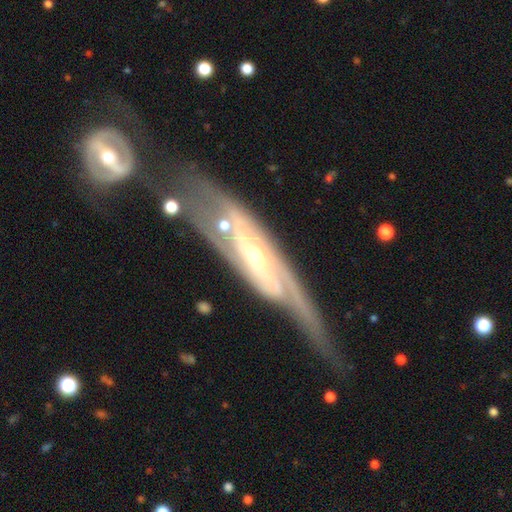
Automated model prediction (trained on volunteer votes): smooth-or-featured: featured or disk: 86% | smooth: 9% | star or artifact: 5%
  disk-edge-on: no: 76% | yes: 24%
    bar: no: 57% | weak: 29% | strong: 14%
    has-spiral-arms: yes: 91% | no: 9%
      spiral-winding: tight: 44% | medium: 37% | loose: 19%
      spiral-arm-count: 2: 55% | can't tell: 26% | 3: 7% | 1: 6% | 4: 3% | more than 4: 3%
    bulge-size: moderate: 59% | small: 35% | large: 4% | none: 1% | dominant: 1%
  merging: none: 56% | minor disturbance: 21% | major disturbance: 15% | merger: 7%